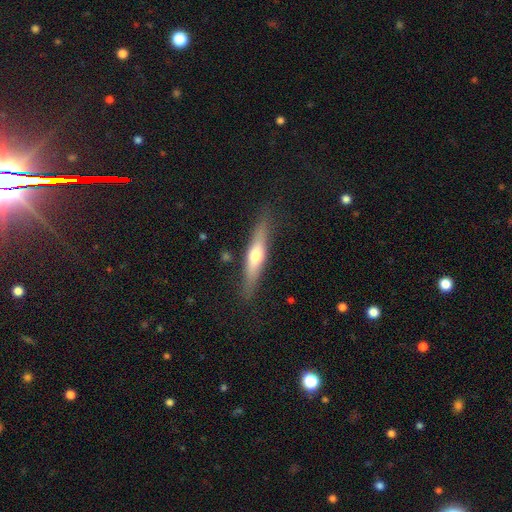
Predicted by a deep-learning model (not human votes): featured or disk 48%, smooth 46%, star or artifact 6%. Down the decision tree: merging — none (84%).